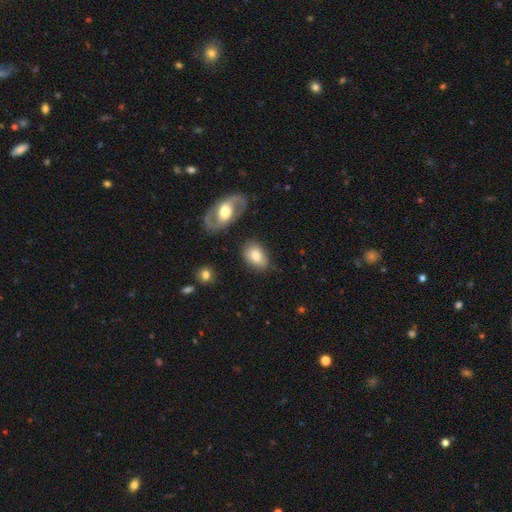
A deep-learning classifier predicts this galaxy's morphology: Smooth or featured? Predicted: smooth (p=0.76). How rounded? Predicted: in between (p=0.85). Merging? Predicted: none (p=0.75).